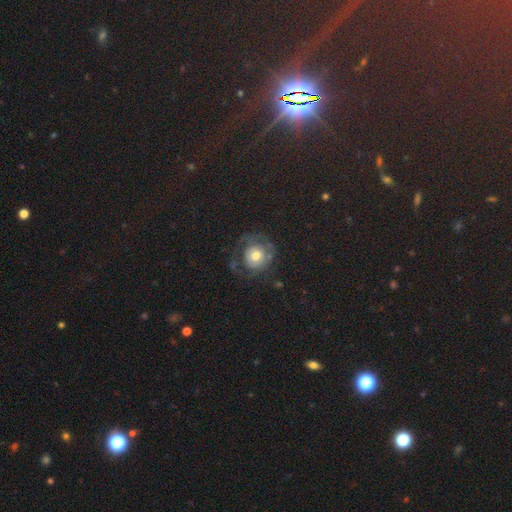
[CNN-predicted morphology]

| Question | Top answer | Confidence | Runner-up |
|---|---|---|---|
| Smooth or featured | featured or disk | 46% | smooth (42%) |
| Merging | none | 53% | major disturbance (25%) |